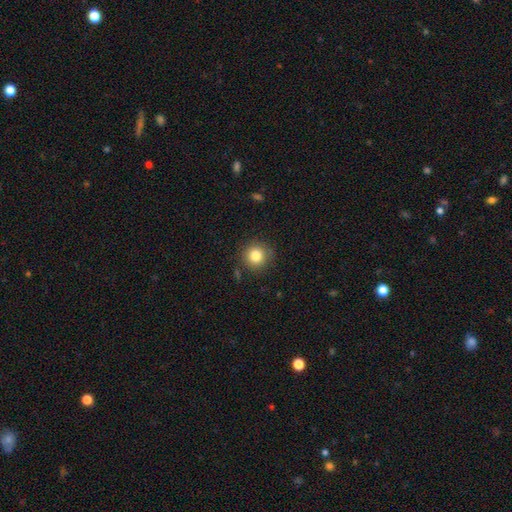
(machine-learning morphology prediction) smooth 82%, star or artifact 11%, featured or disk 7%. Down the decision tree: how rounded — round (93%); merging — none (87%).